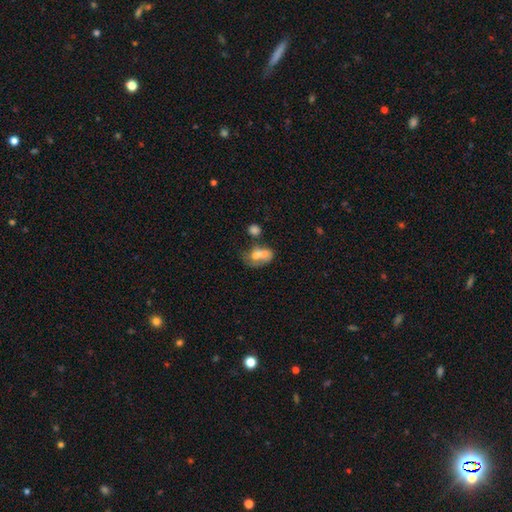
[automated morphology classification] The model was most divided on "smooth or featured": smooth: 53%, featured or disk: 34%, star or artifact: 13%. More confident: how rounded — in between (72%); merging — merger (53%).